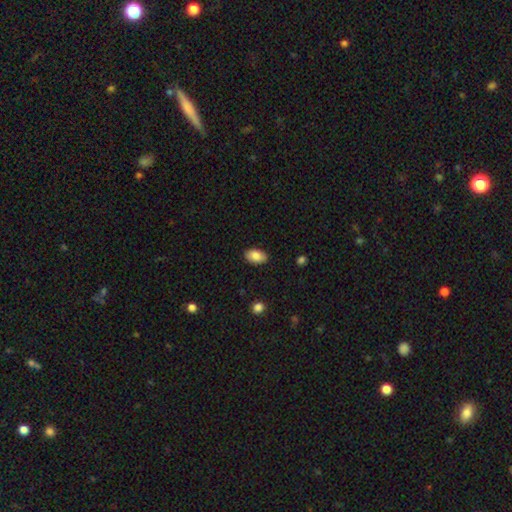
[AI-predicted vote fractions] Smooth or featured?
  - smooth: 85% *
  - featured or disk: 8%
  - star or artifact: 7%
How rounded?
  - in between: 92% *
  - round: 6%
  - cigar-shaped: 1%
Merging?
  - none: 88% *
  - minor disturbance: 9%
  - major disturbance: 2%
  - merger: 1%